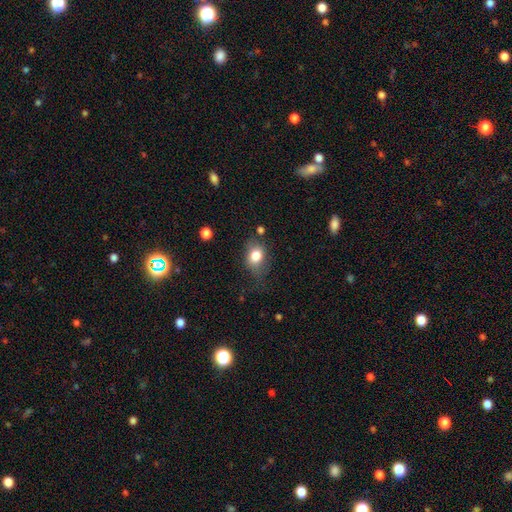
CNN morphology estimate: A smooth galaxy with no disk features (79%) that is in between round and cigar-shaped (62%).

Vote fractions:
- Smooth or featured? smooth: 79% / featured or disk: 11% / star or artifact: 10%
- How rounded? in between: 62% / round: 37% / cigar-shaped: 1%
- Merging? none: 60% / minor disturbance: 26% / major disturbance: 11% / merger: 3%